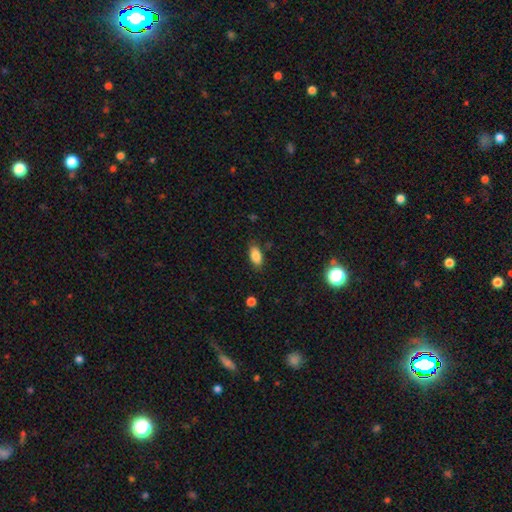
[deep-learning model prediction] Morphology: type=smooth (85%); roundness=in between (91%); merging=none (83%).